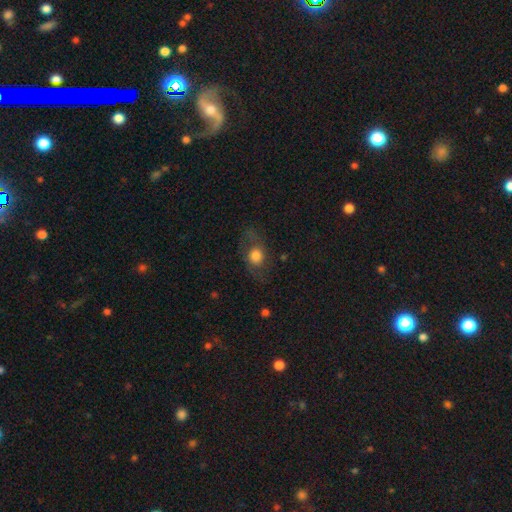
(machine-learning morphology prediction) Smooth or featured? smooth (59%)
How rounded? round (54%)
Merging? none (70%)